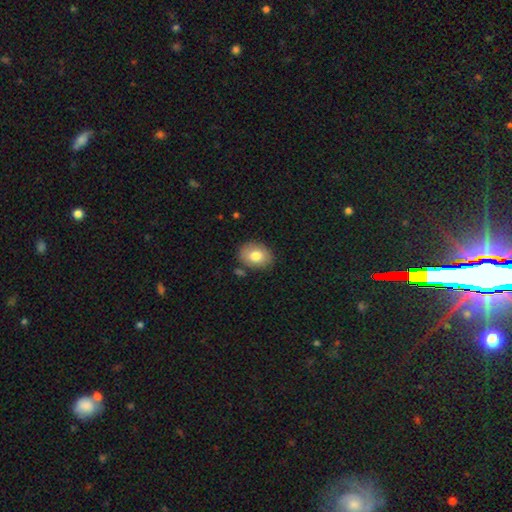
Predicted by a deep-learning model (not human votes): Overall: smooth (78%). How rounded: in between (65%; round 34%). Merging: none (79%).